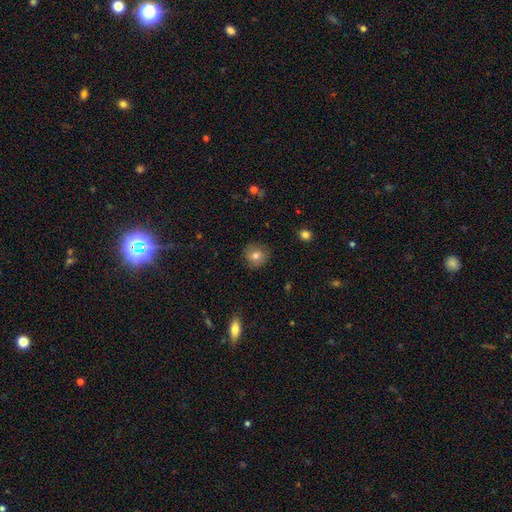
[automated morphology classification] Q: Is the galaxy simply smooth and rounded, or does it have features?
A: smooth — 73%.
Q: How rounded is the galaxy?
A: round — 90%.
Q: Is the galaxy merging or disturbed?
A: none — 85%.